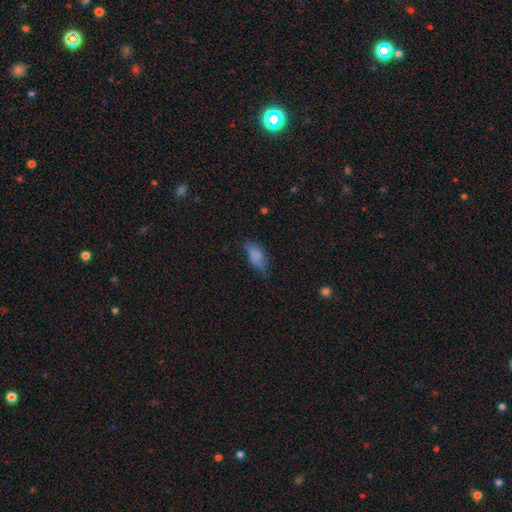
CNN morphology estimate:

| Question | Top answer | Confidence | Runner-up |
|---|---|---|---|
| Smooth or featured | smooth | 81% | featured or disk (10%) |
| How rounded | in between | 89% | cigar-shaped (8%) |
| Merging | none | 53% | minor disturbance (33%) |